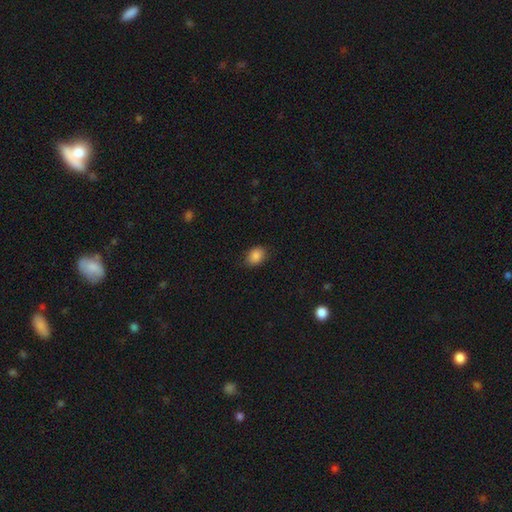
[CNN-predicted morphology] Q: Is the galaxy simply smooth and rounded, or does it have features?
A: smooth — 86%.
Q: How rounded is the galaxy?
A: in between — 71%.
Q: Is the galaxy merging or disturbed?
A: none — 80%.